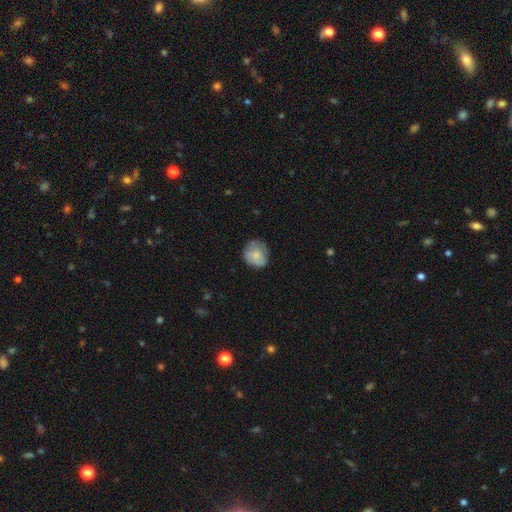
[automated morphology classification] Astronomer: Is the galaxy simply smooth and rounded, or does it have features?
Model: smooth — 66%.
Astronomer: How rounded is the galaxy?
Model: round — 77%.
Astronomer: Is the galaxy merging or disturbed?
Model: none — 68%.